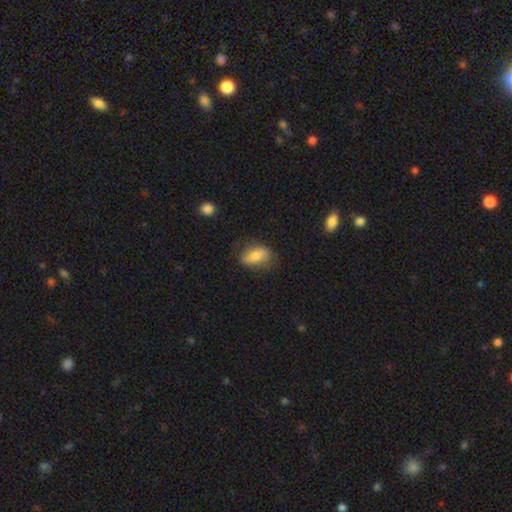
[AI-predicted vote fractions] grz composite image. It shows a smooth galaxy with no disk features (73%) that is in between round and cigar-shaped (87%). Merging: none (67%).